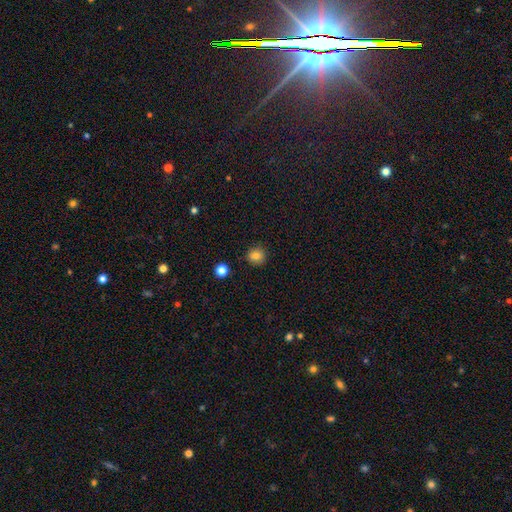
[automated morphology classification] Smooth or featured: smooth — 82% (star or artifact — 12%)
How rounded: round — 89% (in between — 10%)
Merging: none — 88% (minor disturbance — 8%)